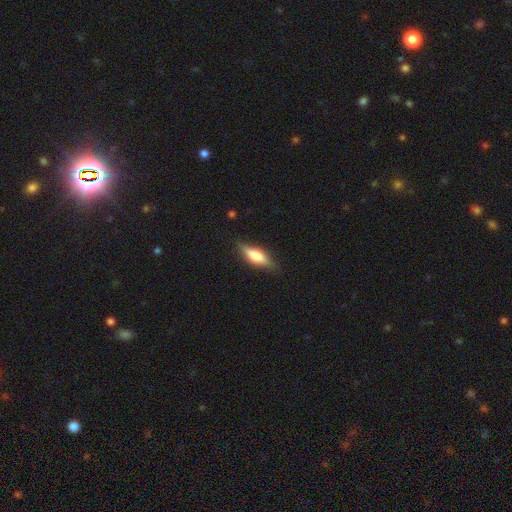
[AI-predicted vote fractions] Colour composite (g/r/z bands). It shows a smooth galaxy with no disk features (62%) that is in between round and cigar-shaped (51%). Merging: none (80%).